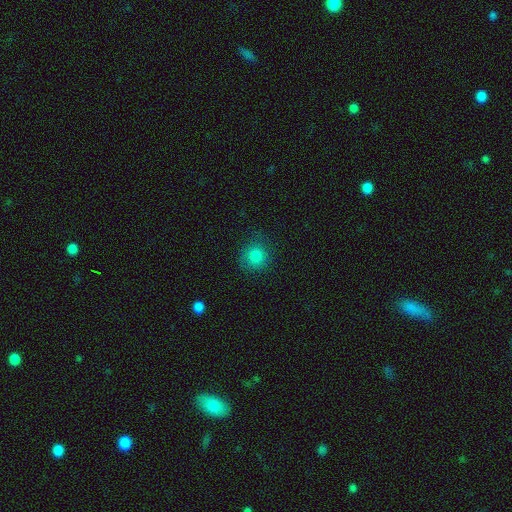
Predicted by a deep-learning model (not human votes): This appears to be a smooth galaxy with no disk features (82%) that is round (89%). Merging: none (78%).